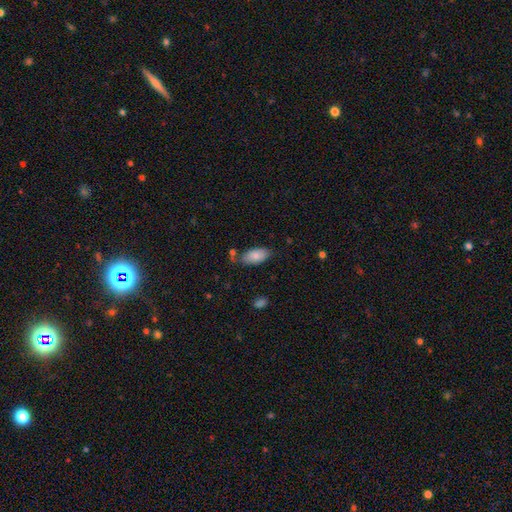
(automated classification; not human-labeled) Smooth or featured? smooth (80%)
How rounded? in between (94%)
Merging? none (68%)